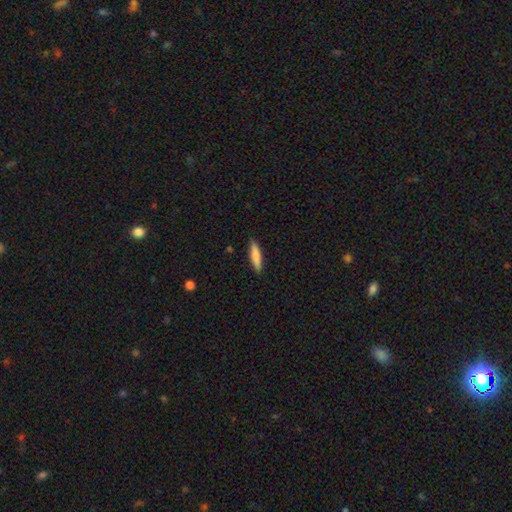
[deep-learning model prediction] Smooth or featured? smooth (82%)
How rounded? cigar-shaped (82%)
Merging? none (89%)